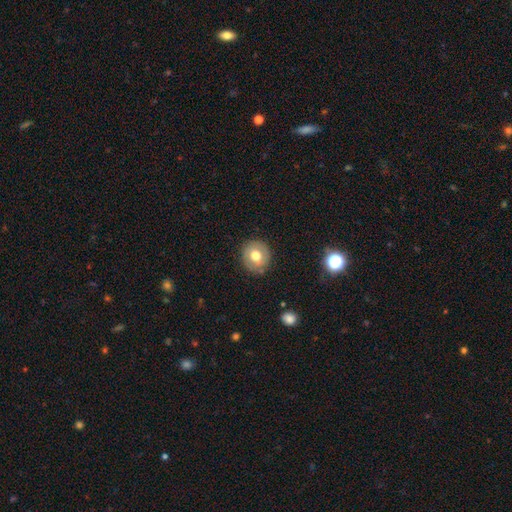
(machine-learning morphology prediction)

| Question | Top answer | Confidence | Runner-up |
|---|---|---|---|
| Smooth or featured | smooth | 69% | featured or disk (22%) |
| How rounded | round | 87% | in between (12%) |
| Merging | none | 85% | minor disturbance (11%) |